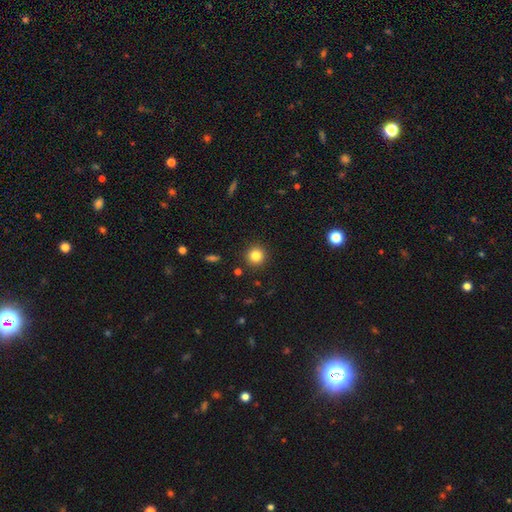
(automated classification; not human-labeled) Smooth or featured: smooth — 82% (star or artifact — 12%)
How rounded: round — 93% (in between — 6%)
Merging: none — 91% (minor disturbance — 6%)